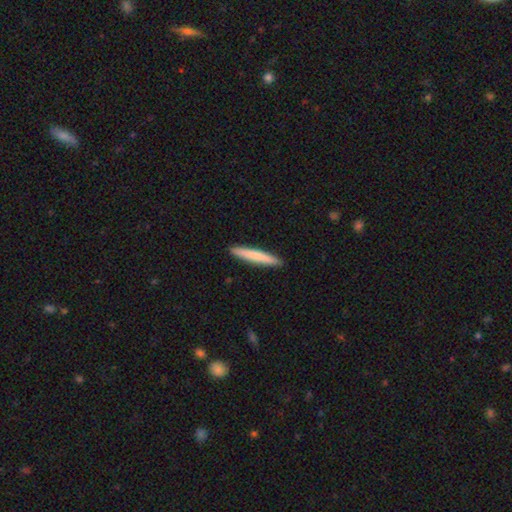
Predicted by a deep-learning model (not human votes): This appears to be a smooth galaxy with no disk features (74%) that is cigar-shaped (95%). Merging: none (92%).